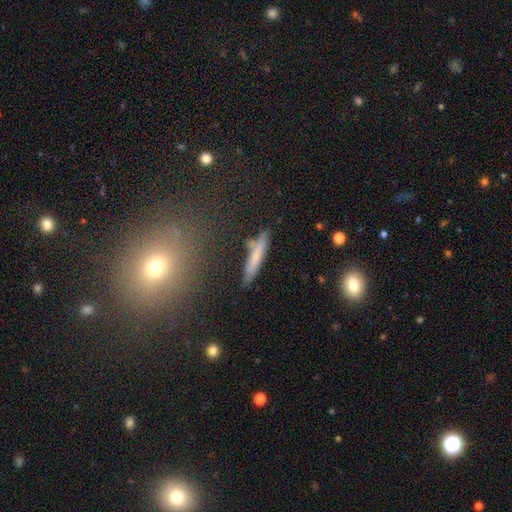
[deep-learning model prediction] The model was most divided on "smooth or featured": smooth: 65%, featured or disk: 27%, star or artifact: 8%. More confident: how rounded — cigar-shaped (91%); merging — none (74%).